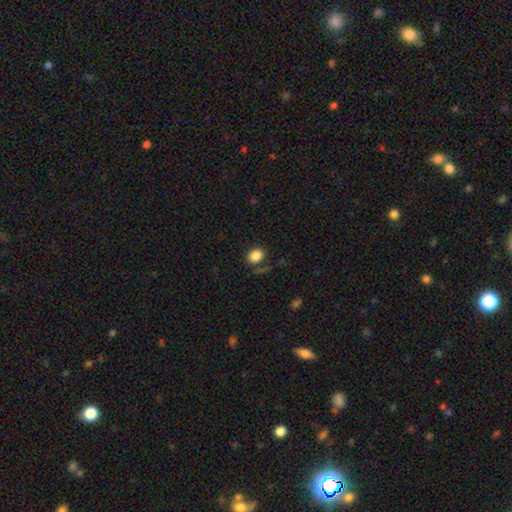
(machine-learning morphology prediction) The model was most divided on "how rounded": in between: 52%, round: 47%, cigar-shaped: 1%. More confident: smooth or featured — smooth (84%); merging — none (76%).